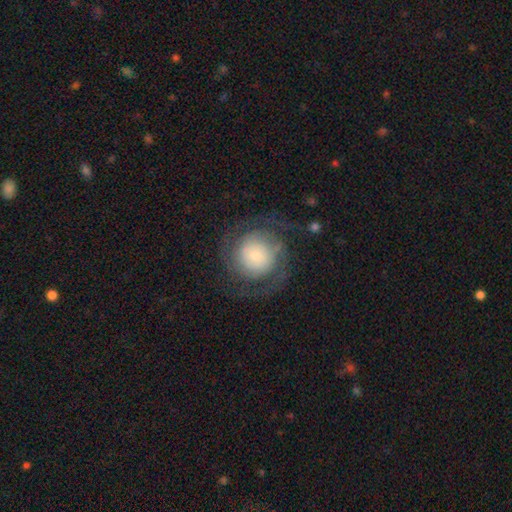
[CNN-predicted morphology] This is likely a featured or disk galaxy (61%). It is clearly not viewed edge-on (97%). Bar: clearly no (80%). Spiral arm pattern: clearly yes (84%). Central bulge: likely small (60%). Merging: likely none (69%).